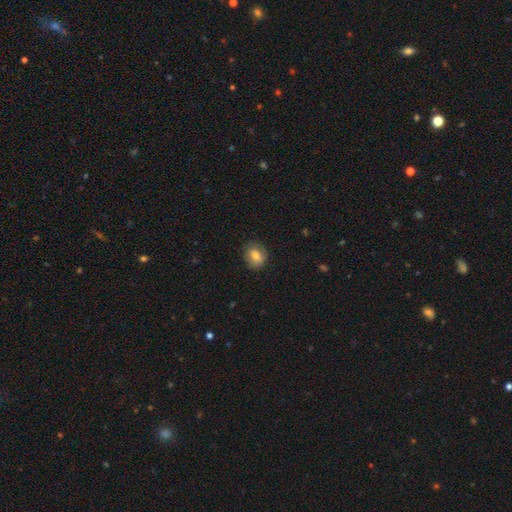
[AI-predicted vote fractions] A smooth galaxy with no disk features (72%) that is round (54%).

Vote fractions:
- Smooth or featured? smooth: 72% / featured or disk: 19% / star or artifact: 8%
- How rounded? round: 54% / in between: 45% / cigar-shaped: 1%
- Merging? none: 80% / minor disturbance: 15% / major disturbance: 4% / merger: 1%